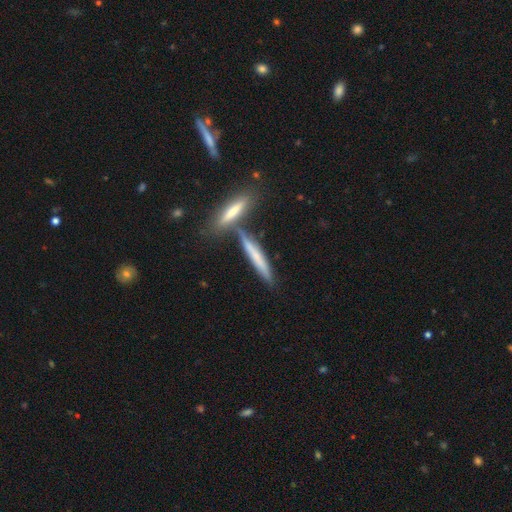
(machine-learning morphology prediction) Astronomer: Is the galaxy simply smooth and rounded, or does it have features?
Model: smooth — 57% (runner-up: featured or disk, 36%).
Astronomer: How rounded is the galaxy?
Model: cigar-shaped — 92%.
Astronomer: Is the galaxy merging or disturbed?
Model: none — 67%.